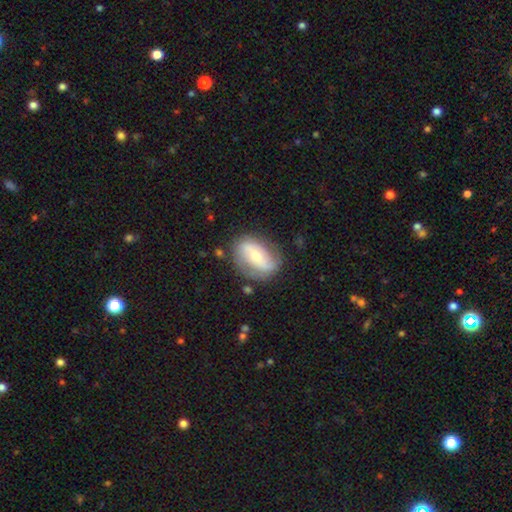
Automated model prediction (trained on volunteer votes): Smooth or featured: featured or disk — 60% (smooth — 34%)
Edge-on disk: no — 93% (yes — 7%)
Bar: no — 38% (weak — 32%)
Spiral arms: yes — 69% (no — 31%)
Bulge size: moderate — 58% (small — 35%)
Merging: none — 72% (minor disturbance — 18%)